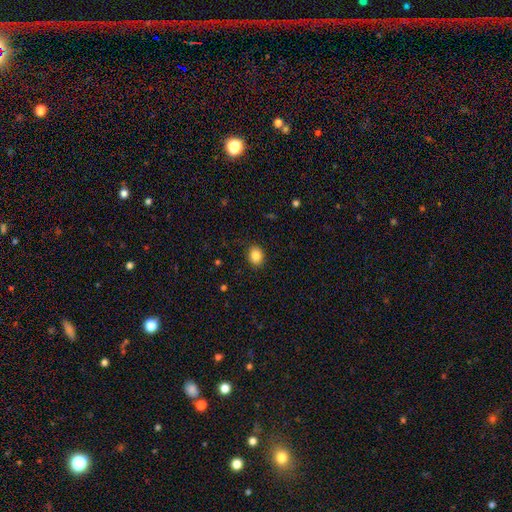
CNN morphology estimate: The model was most divided on "how rounded": round: 55%, in between: 44%, cigar-shaped: 1%. More confident: merging — none (89%); smooth or featured — smooth (85%).